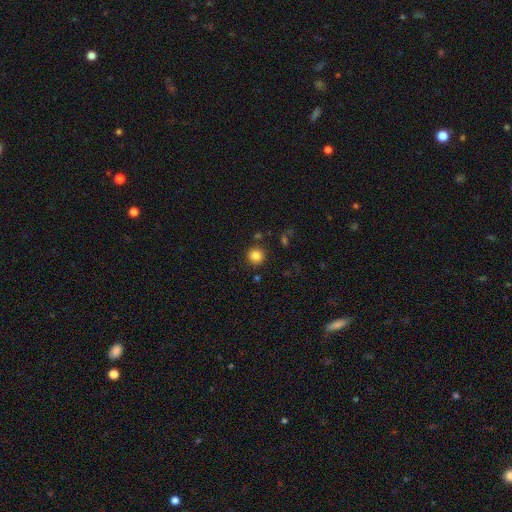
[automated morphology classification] This appears to be a smooth galaxy with no disk features (85%) that is round (94%). Merging: none (87%).